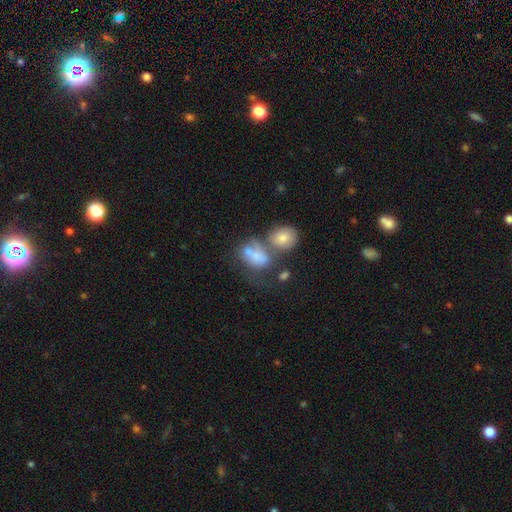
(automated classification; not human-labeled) A smooth galaxy with no disk features (64%) that is in between round and cigar-shaped (76%).

Vote fractions:
- Smooth or featured? smooth: 64% / featured or disk: 26% / star or artifact: 10%
- How rounded? in between: 76% / round: 22% / cigar-shaped: 2%
- Merging? merger: 48% / none: 20% / major disturbance: 17% / minor disturbance: 15%